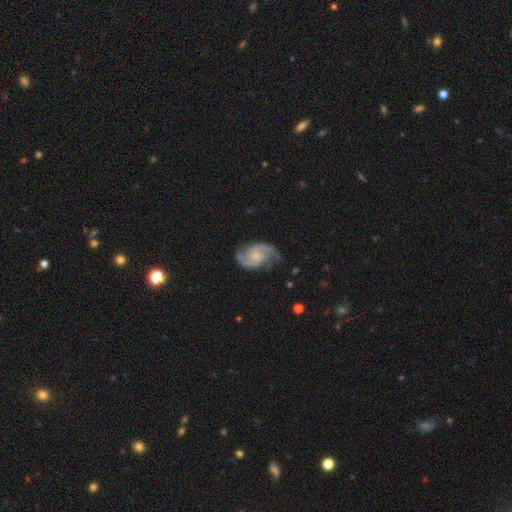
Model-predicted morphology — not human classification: Q: Smooth or featured?
A: featured or disk (91%); runner-up: smooth (5%)
Q: Edge-on disk?
A: no (98%); runner-up: yes (2%)
Q: Bar?
A: no (64%); runner-up: weak (30%)
Q: Spiral arms?
A: yes (98%); runner-up: no (2%)
Q: Spiral winding?
A: medium (57%); runner-up: tight (22%)
Q: Spiral arm count?
A: 2 (93%); runner-up: can't tell (2%)
Q: Bulge size?
A: small (55%); runner-up: moderate (25%)
Q: Merging?
A: none (76%); runner-up: minor disturbance (17%)